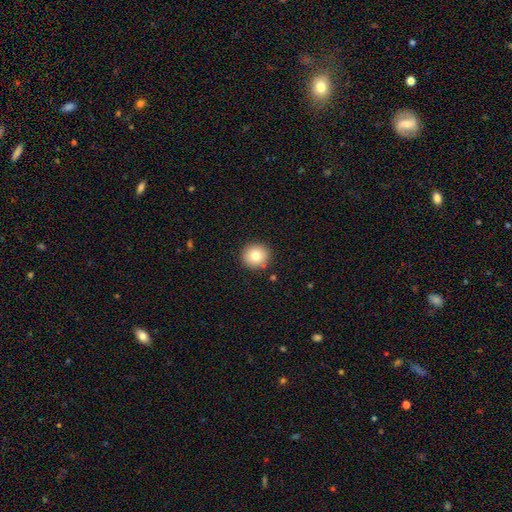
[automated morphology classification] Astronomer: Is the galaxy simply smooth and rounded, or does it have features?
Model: smooth — 79%.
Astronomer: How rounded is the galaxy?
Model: round — 92%.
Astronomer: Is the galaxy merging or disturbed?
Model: none — 90%.